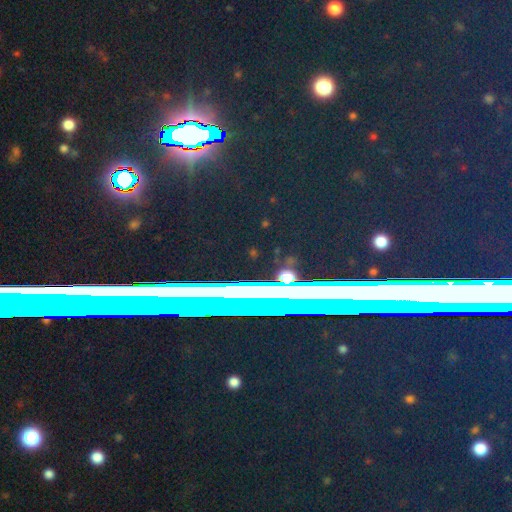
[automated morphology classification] This is clearly a star or artifact rather than a galaxy (81%).